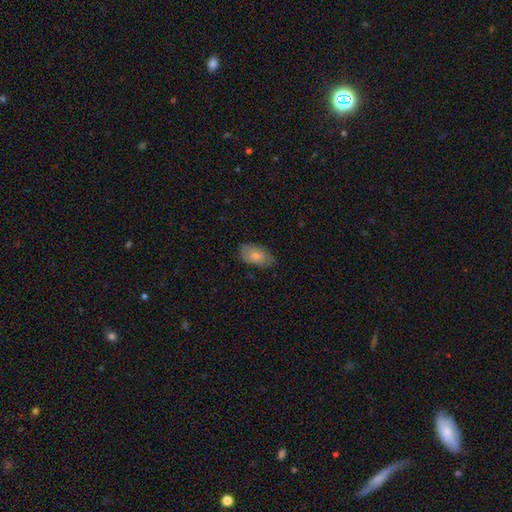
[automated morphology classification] This is likely a smooth galaxy (76%). How rounded: clearly in between (94%). Merging: likely none (73%).